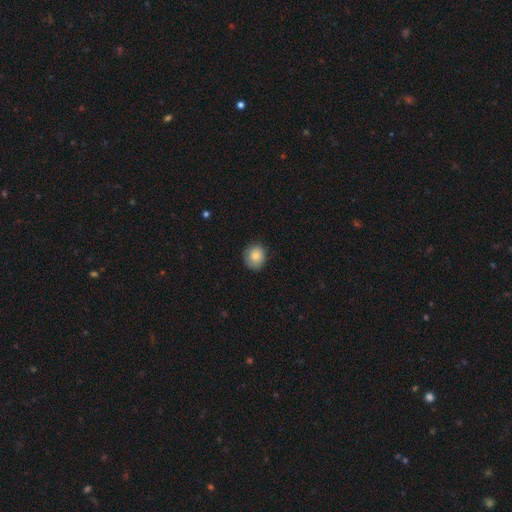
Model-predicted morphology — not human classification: smooth 81%, featured or disk 11%, star or artifact 8%. Down the decision tree: how rounded — round (81%); merging — none (80%).